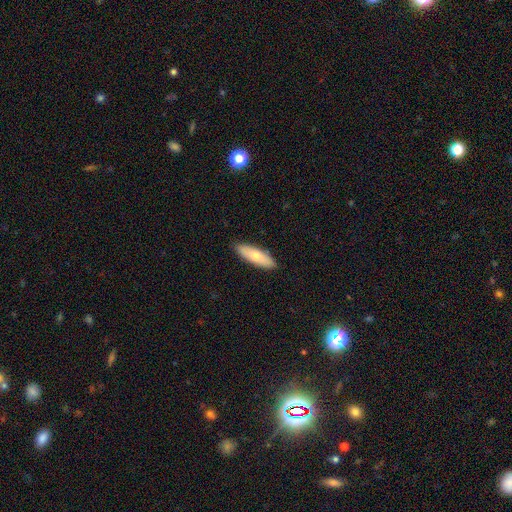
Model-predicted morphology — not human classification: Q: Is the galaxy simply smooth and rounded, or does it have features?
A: smooth — 67%.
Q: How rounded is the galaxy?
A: cigar-shaped — 50%.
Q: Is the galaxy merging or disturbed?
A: none — 89%.